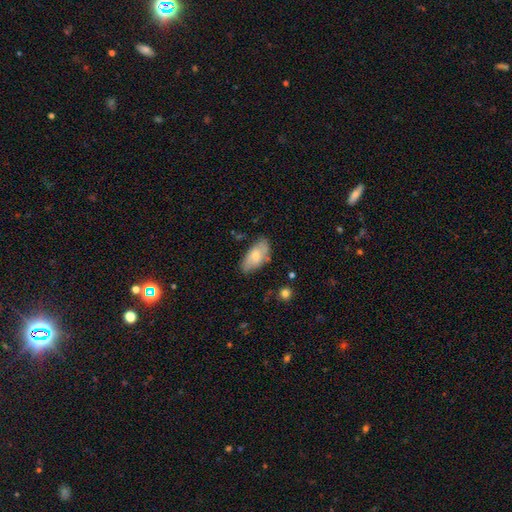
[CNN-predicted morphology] Q: Smooth or featured?
A: smooth (65%); runner-up: featured or disk (29%)
Q: How rounded?
A: in between (91%); runner-up: cigar-shaped (6%)
Q: Merging?
A: none (69%); runner-up: minor disturbance (24%)